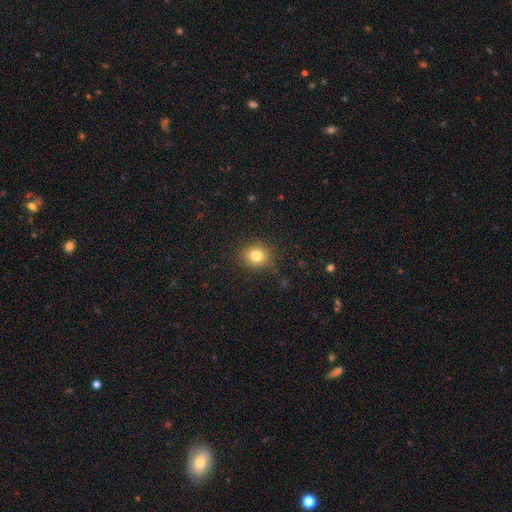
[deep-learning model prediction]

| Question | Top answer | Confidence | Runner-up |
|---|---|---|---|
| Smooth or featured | smooth | 80% | star or artifact (12%) |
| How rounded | round | 78% | in between (21%) |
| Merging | none | 83% | minor disturbance (12%) |